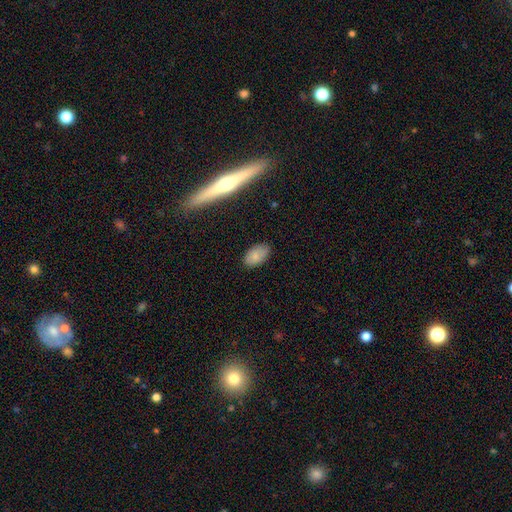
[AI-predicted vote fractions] The model was most divided on "merging": none: 82%, minor disturbance: 13%, major disturbance: 3%, merger: 1%. More confident: how rounded — in between (92%); smooth or featured — smooth (82%).